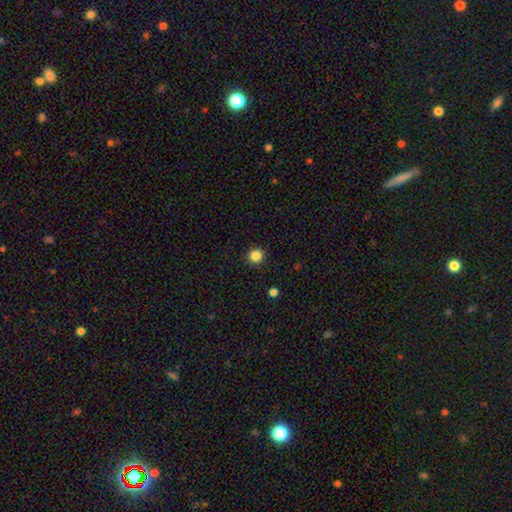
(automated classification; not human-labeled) smooth 85%, star or artifact 12%, featured or disk 3%. Down the decision tree: how rounded — round (94%); merging — none (92%).